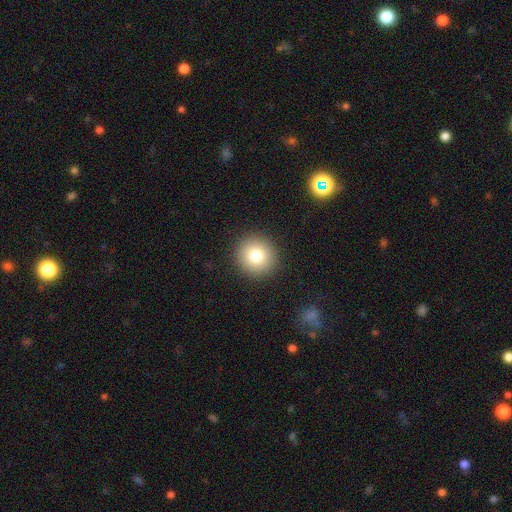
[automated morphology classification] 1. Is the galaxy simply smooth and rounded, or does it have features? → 79% smooth, 11% star or artifact, 10% featured or disk.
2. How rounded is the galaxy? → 94% round, 5% in between, 1% cigar-shaped.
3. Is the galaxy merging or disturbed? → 92% none, 5% minor disturbance, 2% major disturbance, 1% merger.